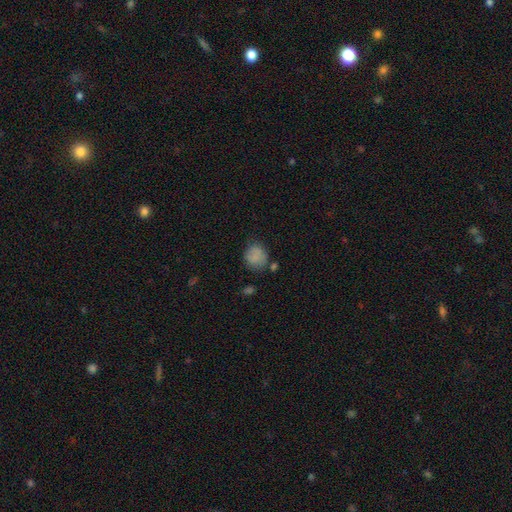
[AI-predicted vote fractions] Overall: smooth (83%). How rounded: round (76%). Merging: none (66%).